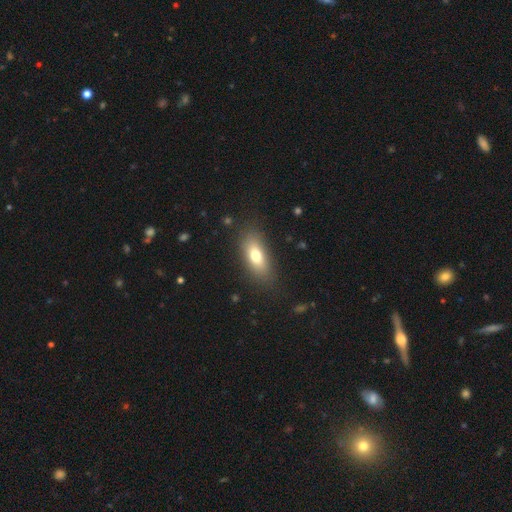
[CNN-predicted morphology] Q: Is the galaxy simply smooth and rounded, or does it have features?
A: smooth — 73%.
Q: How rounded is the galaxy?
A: in between — 79%.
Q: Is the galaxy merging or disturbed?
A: none — 83%.